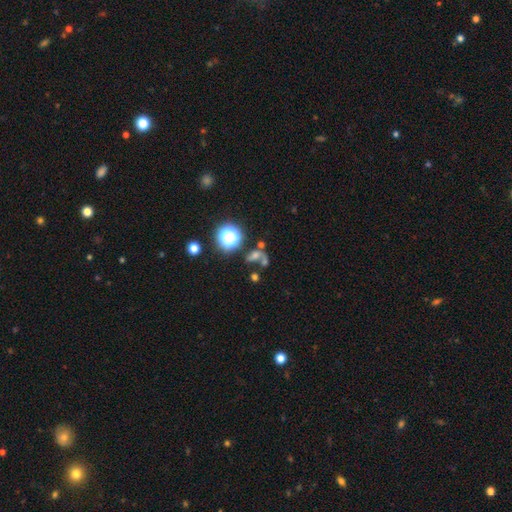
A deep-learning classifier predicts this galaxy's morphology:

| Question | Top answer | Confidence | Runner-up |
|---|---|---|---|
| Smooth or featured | star or artifact | 42% | smooth (35%) |